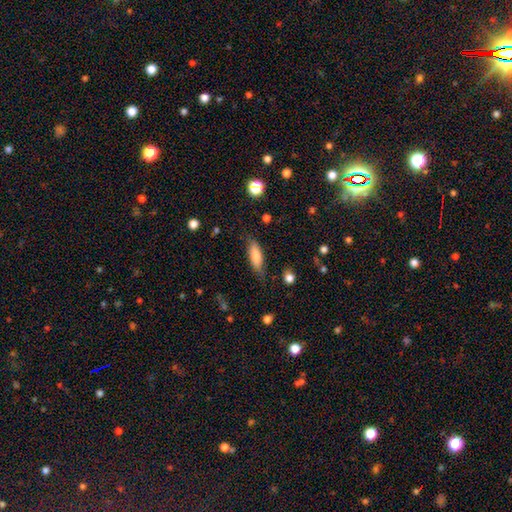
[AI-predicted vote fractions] A smooth galaxy with no disk features (76%) that is in between round and cigar-shaped (58%). Merging: none (71%).